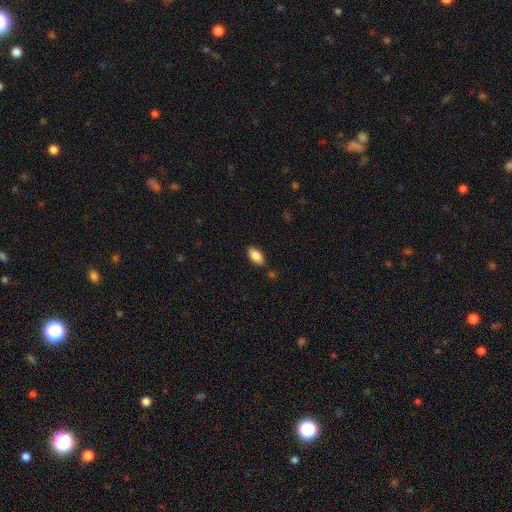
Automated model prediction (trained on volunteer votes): This appears to be a smooth galaxy with no disk features (87%) that is in between round and cigar-shaped (93%). Merging: none (81%).